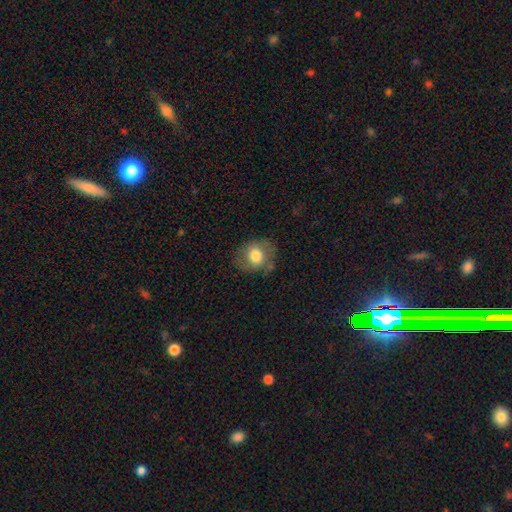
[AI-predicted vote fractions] A smooth galaxy with no disk features (65%) that is round (69%). Merging: none (70%).